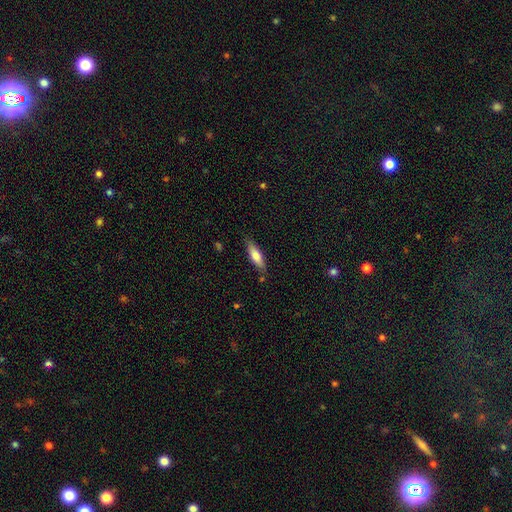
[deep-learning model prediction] smooth-or-featured: smooth: 72% | featured or disk: 22% | star or artifact: 6%
  how-rounded: cigar-shaped: 56% | in between: 42% | round: 2%
  merging: none: 82% | minor disturbance: 13% | major disturbance: 2% | merger: 2%